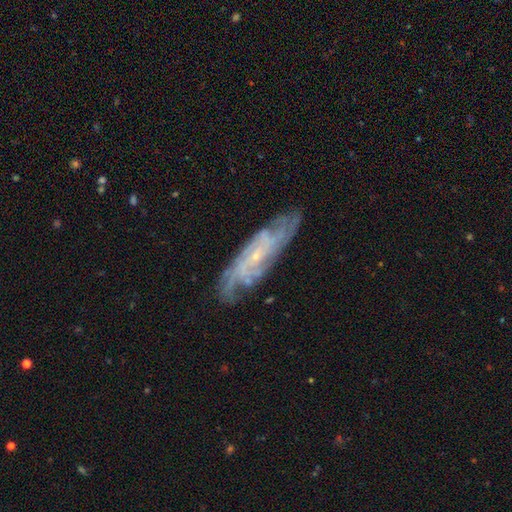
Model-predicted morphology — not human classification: type=featured or disk (81%); edge-on=no (78%); bar=no (61%); spiral arms=yes (94%); winding=tight (58%); arm count=can't tell (42%); bulge=small (80%); merging=none (78%).